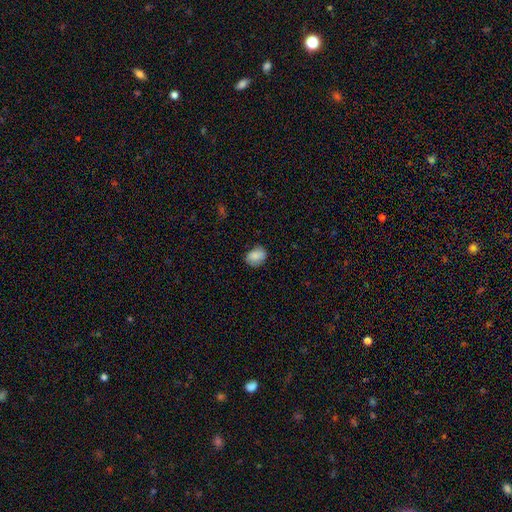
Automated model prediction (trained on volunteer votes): smooth-or-featured: smooth: 84% | featured or disk: 8% | star or artifact: 8%
  how-rounded: in between: 60% | round: 39% | cigar-shaped: 1%
  merging: none: 74% | minor disturbance: 20% | major disturbance: 4% | merger: 1%